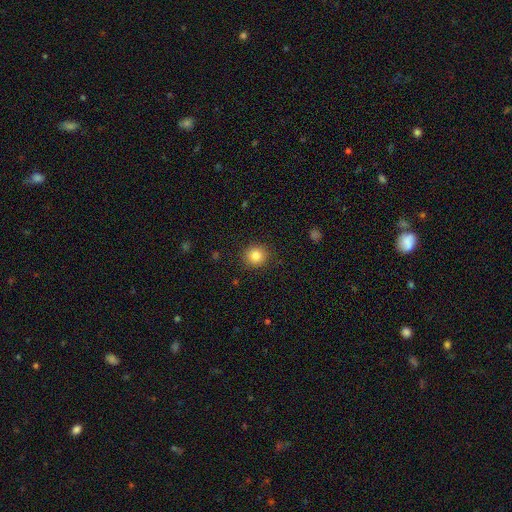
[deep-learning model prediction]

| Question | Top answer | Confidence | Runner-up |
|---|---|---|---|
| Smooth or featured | smooth | 84% | star or artifact (11%) |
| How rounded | round | 90% | in between (9%) |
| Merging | none | 90% | minor disturbance (7%) |